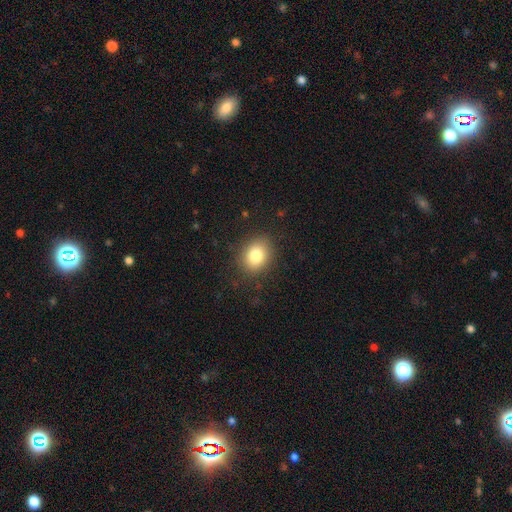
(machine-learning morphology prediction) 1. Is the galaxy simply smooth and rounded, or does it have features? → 81% smooth, 10% star or artifact, 9% featured or disk.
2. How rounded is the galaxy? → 53% round, 47% in between, 1% cigar-shaped.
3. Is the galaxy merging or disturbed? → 86% none, 10% minor disturbance, 4% major disturbance, 1% merger.